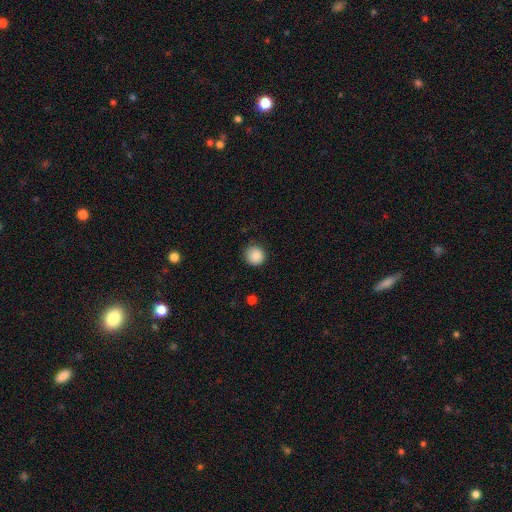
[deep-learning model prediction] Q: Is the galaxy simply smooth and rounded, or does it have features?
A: smooth — 87%.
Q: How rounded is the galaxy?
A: round — 93%.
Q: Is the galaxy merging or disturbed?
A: none — 87%.